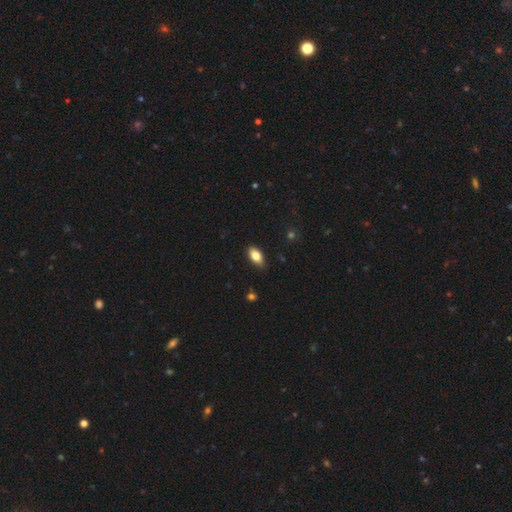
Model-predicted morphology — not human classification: Smooth or featured: smooth — 82% (featured or disk — 11%)
How rounded: in between — 91% (cigar-shaped — 5%)
Merging: none — 84% (minor disturbance — 13%)